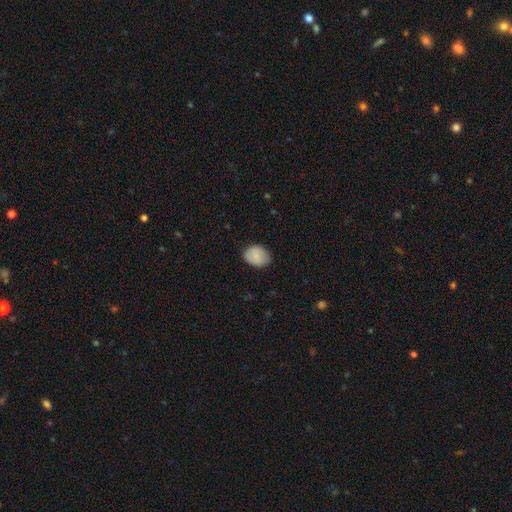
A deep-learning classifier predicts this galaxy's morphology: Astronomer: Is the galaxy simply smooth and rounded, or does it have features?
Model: smooth — 80%.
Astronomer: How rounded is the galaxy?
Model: in between — 60% (runner-up: round, 39%).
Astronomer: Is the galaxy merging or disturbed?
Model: none — 73%.